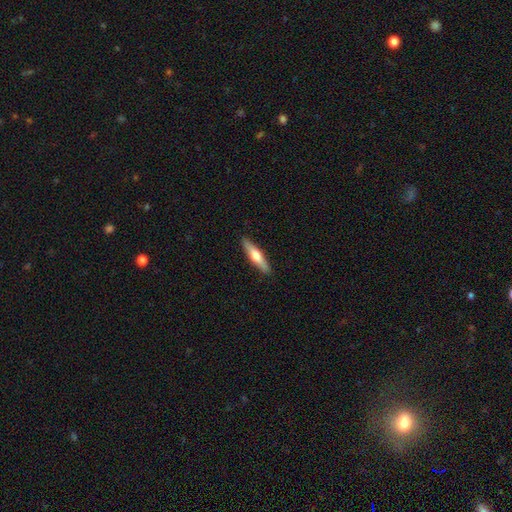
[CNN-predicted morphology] Smooth or featured? smooth (48%)
Merging? none (91%)